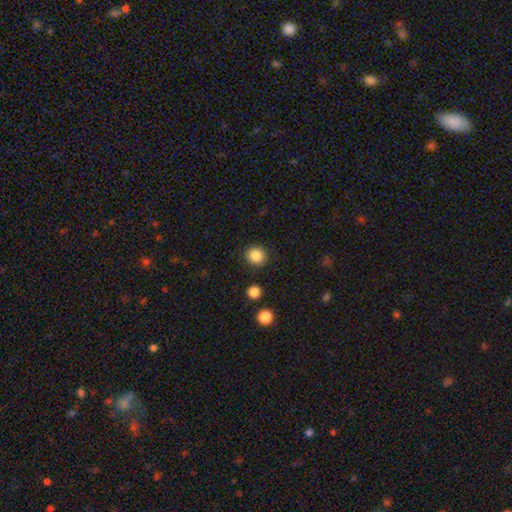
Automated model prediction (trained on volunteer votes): Morphology: type=smooth (86%); roundness=round (85%); merging=none (89%).